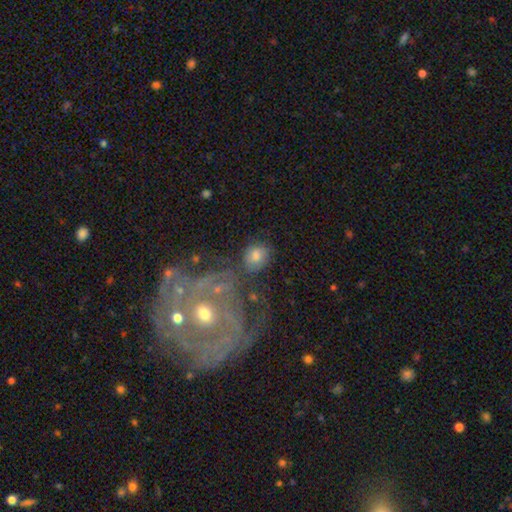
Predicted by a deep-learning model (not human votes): Smooth or featured?
  - smooth: 60% *
  - featured or disk: 30%
  - star or artifact: 10%
How rounded?
  - round: 69% *
  - in between: 30%
  - cigar-shaped: 1%
Merging?
  - none: 66% *
  - minor disturbance: 15%
  - merger: 11%
  - major disturbance: 9%